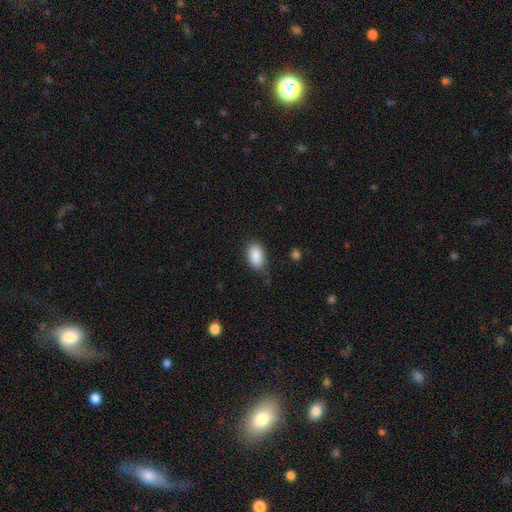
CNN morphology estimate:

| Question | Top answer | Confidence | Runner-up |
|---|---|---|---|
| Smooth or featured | smooth | 89% | star or artifact (7%) |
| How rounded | in between | 92% | round (5%) |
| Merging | none | 75% | minor disturbance (20%) |